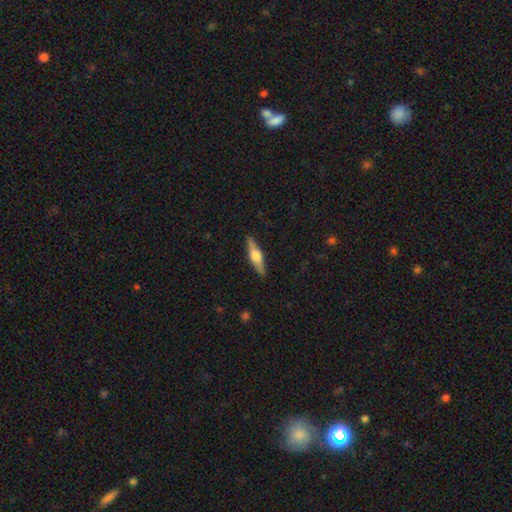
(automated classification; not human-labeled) Smooth or featured? featured or disk (54%)
Edge-on disk? yes (95%)
Edge-on bulge? rounded (88%)
Merging? none (89%)